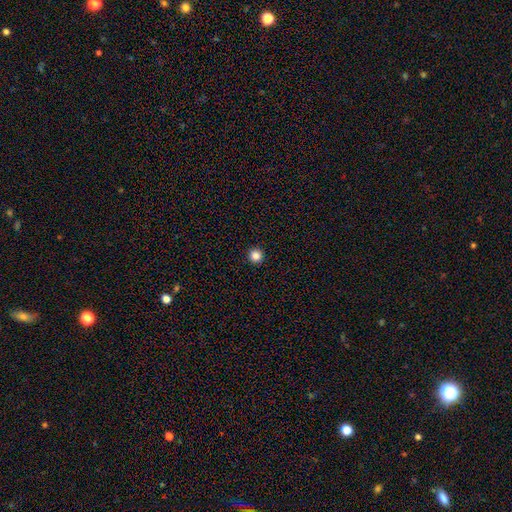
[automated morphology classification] A smooth galaxy with no disk features (84%) that is round (96%). Merging: none (94%).